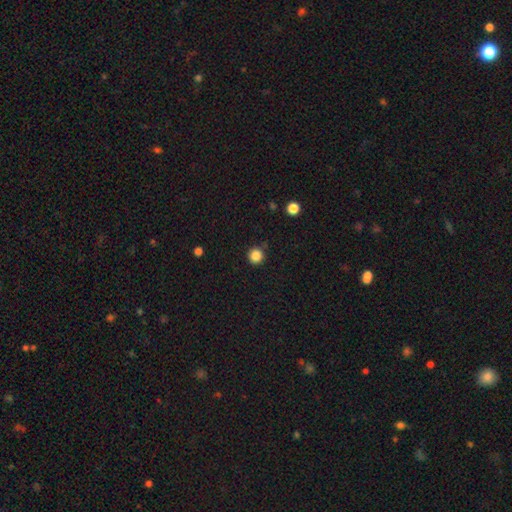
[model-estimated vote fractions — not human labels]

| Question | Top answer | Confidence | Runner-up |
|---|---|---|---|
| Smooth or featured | smooth | 85% | star or artifact (11%) |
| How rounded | round | 95% | in between (4%) |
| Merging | none | 88% | minor disturbance (8%) |